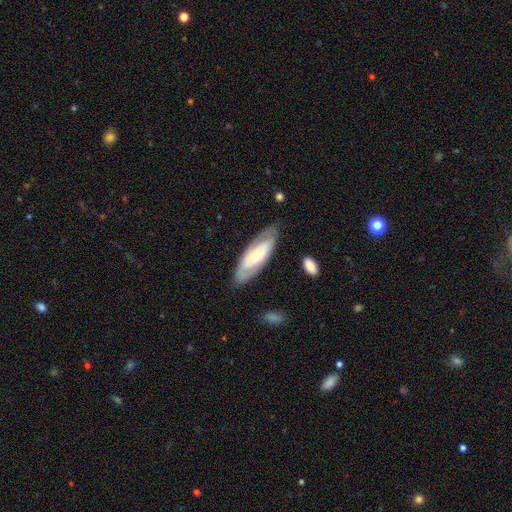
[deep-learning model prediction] Overall: featured or disk (59%; smooth 35%). Edge-on disk: no (79%). Merging: none (80%).